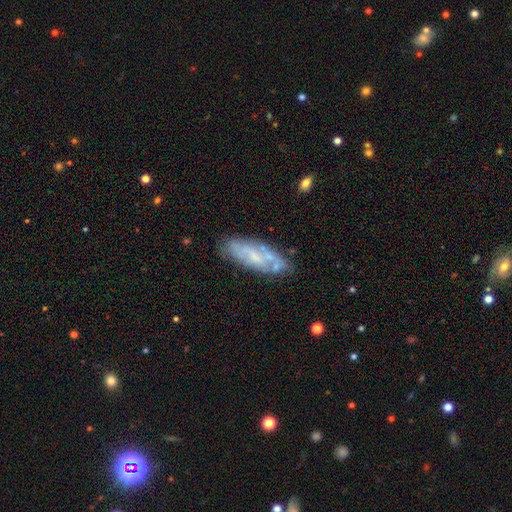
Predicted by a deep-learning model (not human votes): A featured or disk galaxy (57%).

Vote fractions:
- Smooth or featured? featured or disk: 57% / smooth: 35% / star or artifact: 8%
- Edge-on disk? no: 79% / yes: 21%
- Merging? none: 67% / minor disturbance: 20% / major disturbance: 7% / merger: 6%